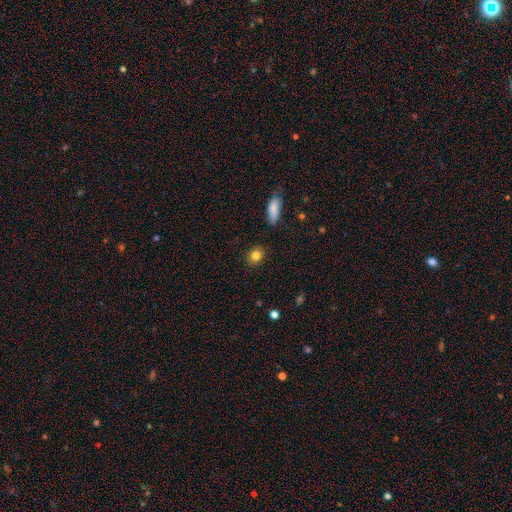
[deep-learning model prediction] This appears to be a smooth galaxy with no disk features (84%) that is round (64%). Merging: none (88%).